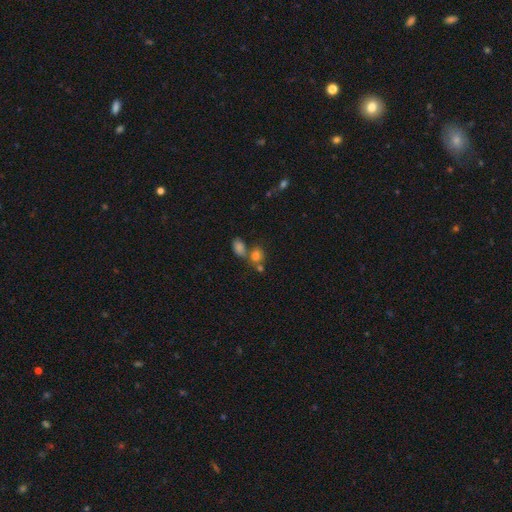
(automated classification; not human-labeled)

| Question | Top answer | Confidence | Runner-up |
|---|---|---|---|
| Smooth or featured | smooth | 75% | star or artifact (15%) |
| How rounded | round | 56% | in between (42%) |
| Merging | none | 46% | merger (38%) |